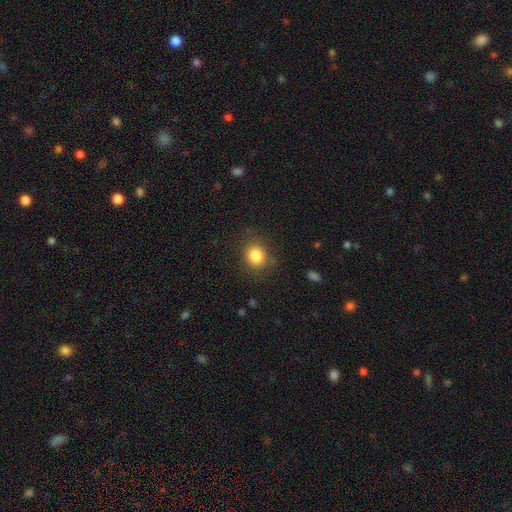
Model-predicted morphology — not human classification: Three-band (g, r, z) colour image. It shows a smooth galaxy with no disk features (84%) that is round (77%). Merging: none (84%).